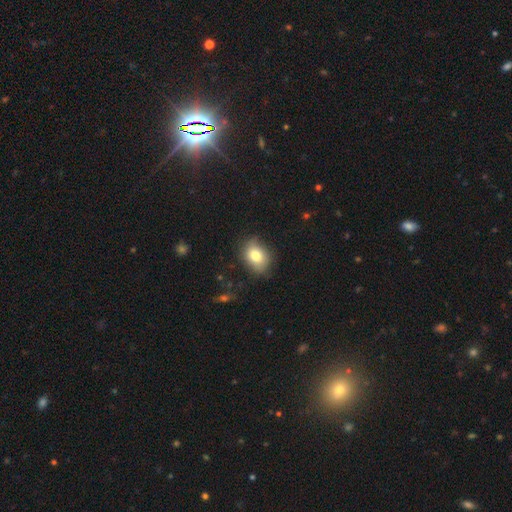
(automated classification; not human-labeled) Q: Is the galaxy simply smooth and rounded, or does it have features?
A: smooth — 80%.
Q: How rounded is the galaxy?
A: in between — 62%.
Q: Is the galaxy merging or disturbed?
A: none — 76%.